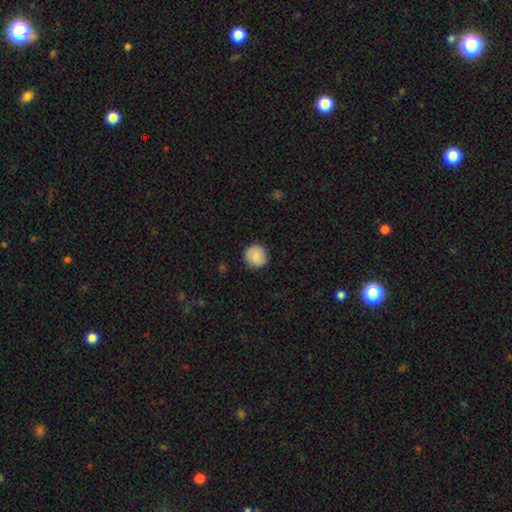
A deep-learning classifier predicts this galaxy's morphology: A smooth galaxy with no disk features (82%) that is round (93%).

Vote fractions:
- Smooth or featured? smooth: 82% / featured or disk: 11% / star or artifact: 7%
- How rounded? round: 93% / in between: 6% / cigar-shaped: 1%
- Merging? none: 88% / minor disturbance: 9% / major disturbance: 2% / merger: 1%